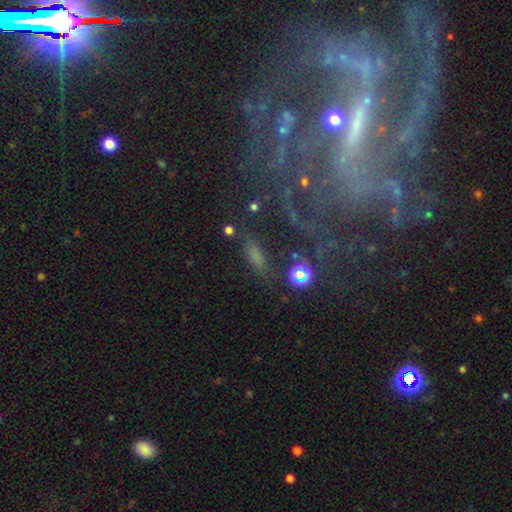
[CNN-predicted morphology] This appears to be a smooth galaxy with no disk features (55%) that is in between round and cigar-shaped (49%). Merging: none (74%).